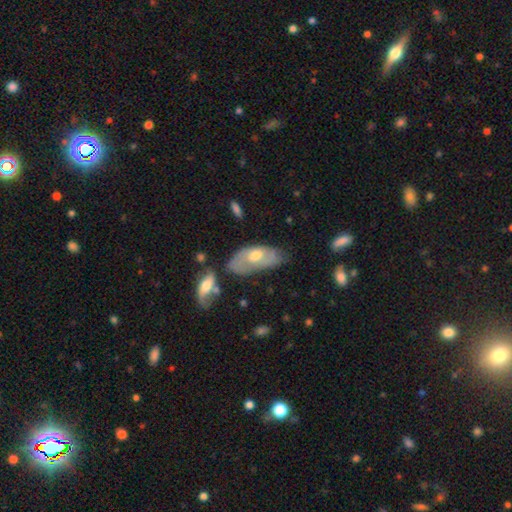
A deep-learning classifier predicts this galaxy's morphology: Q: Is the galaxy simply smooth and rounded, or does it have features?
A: featured or disk — 49%.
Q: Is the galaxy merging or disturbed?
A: none — 42%.